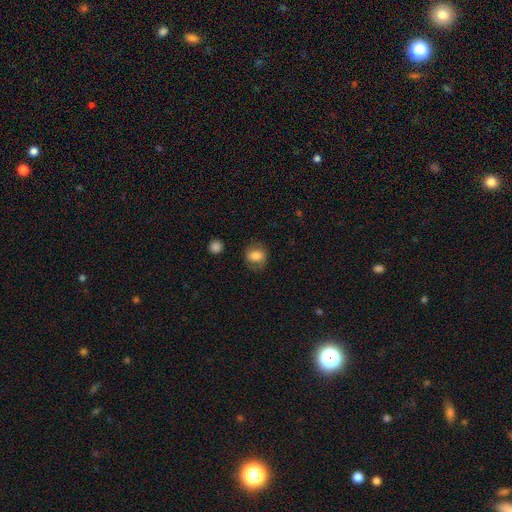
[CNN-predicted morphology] Overall: smooth (75%). How rounded: round (52%; in between 47%). Merging: none (72%).